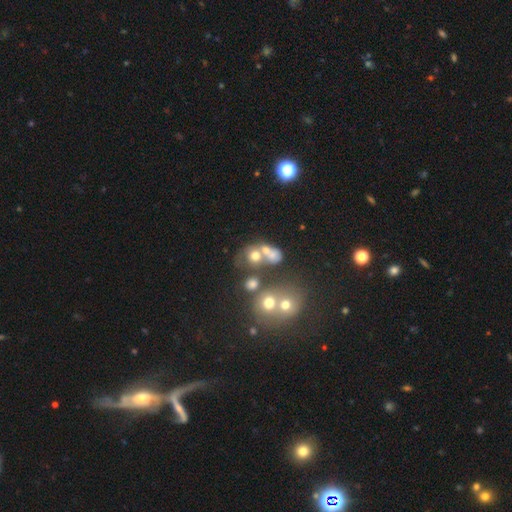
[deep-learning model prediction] This is marginally a smooth galaxy (43%). Merging: marginally none (41%).